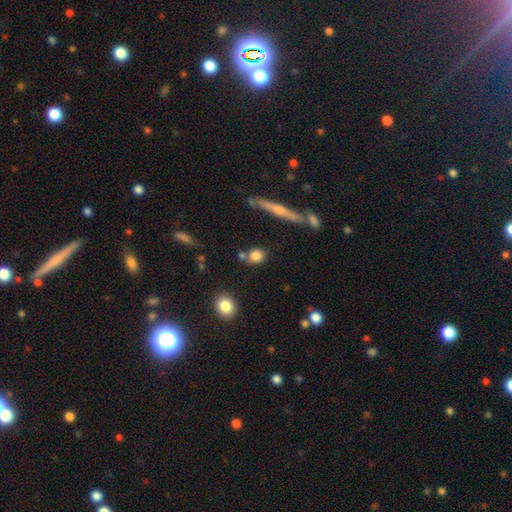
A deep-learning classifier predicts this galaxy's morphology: Smooth or featured?
  - smooth: 80% *
  - star or artifact: 10%
  - featured or disk: 10%
How rounded?
  - round: 76% *
  - in between: 20%
  - cigar-shaped: 4%
Merging?
  - none: 68% *
  - merger: 16%
  - minor disturbance: 12%
  - major disturbance: 4%